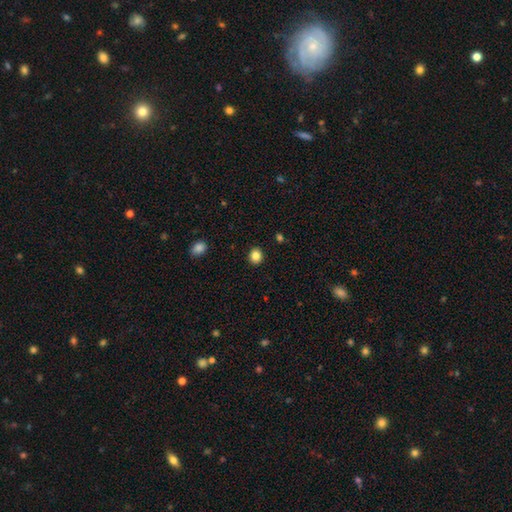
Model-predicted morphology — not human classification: The model was most divided on "how rounded": round: 74%, in between: 25%, cigar-shaped: 1%. More confident: merging — none (91%); smooth or featured — smooth (84%).